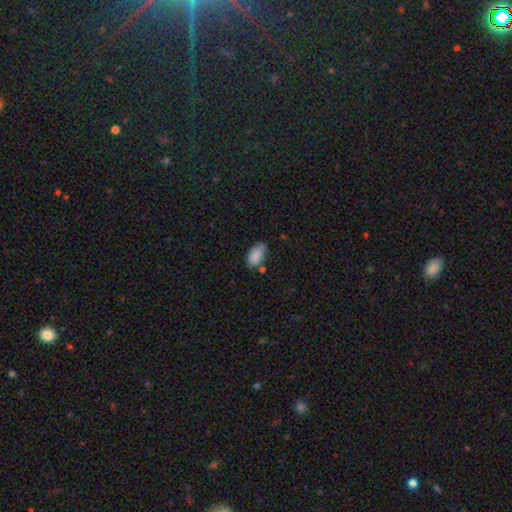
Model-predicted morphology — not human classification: type=smooth (85%); roundness=in between (94%); merging=none (67%).